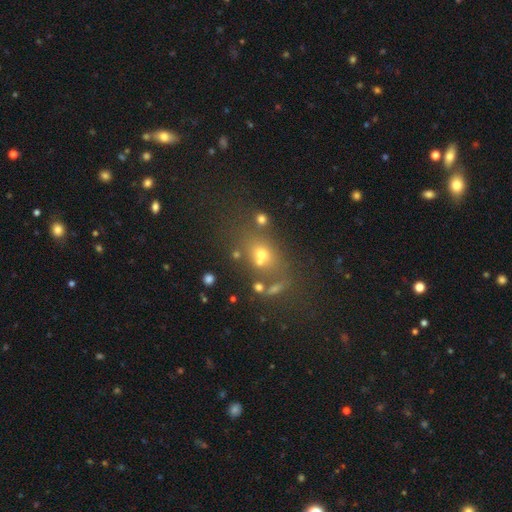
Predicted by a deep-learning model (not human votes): Smooth or featured? smooth (45%)
Merging? none (59%)